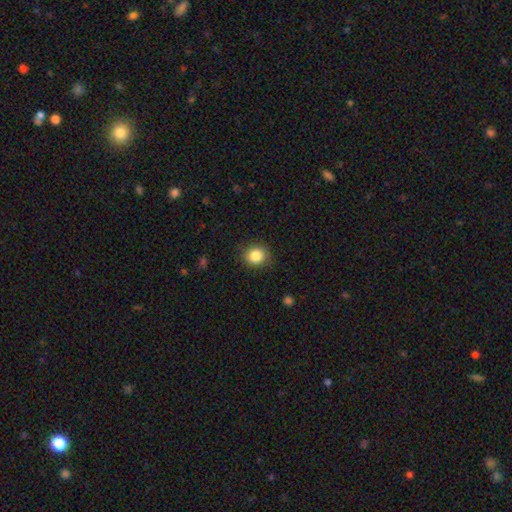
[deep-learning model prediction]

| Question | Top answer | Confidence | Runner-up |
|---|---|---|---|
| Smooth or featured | smooth | 85% | star or artifact (10%) |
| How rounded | round | 80% | in between (19%) |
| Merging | none | 87% | minor disturbance (10%) |